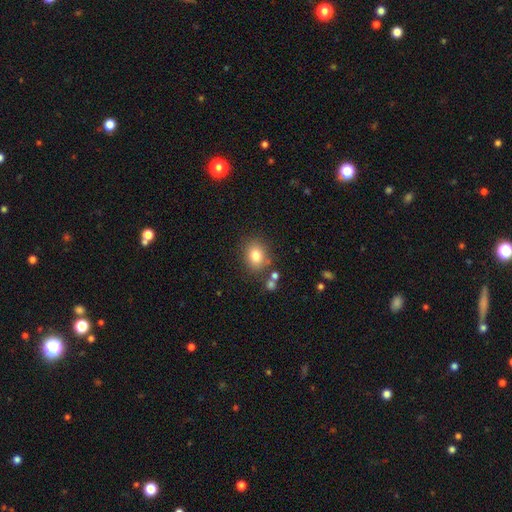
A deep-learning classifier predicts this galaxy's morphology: Q: Smooth or featured?
A: smooth (80%); runner-up: star or artifact (11%)
Q: How rounded?
A: round (58%); runner-up: in between (41%)
Q: Merging?
A: none (77%); runner-up: minor disturbance (12%)